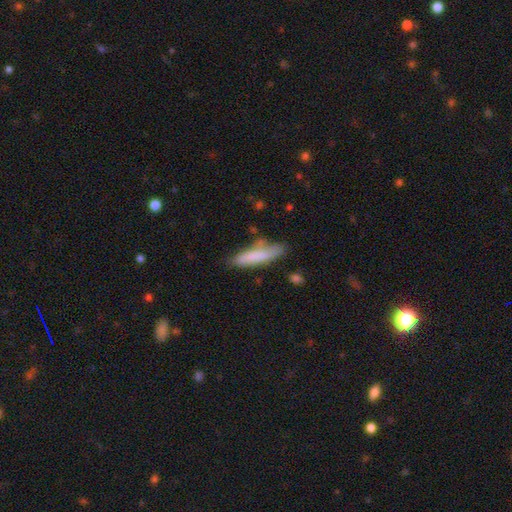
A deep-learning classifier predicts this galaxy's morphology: This is likely a smooth galaxy (75%). How rounded: likely cigar-shaped (75%). Merging: likely none (63%).